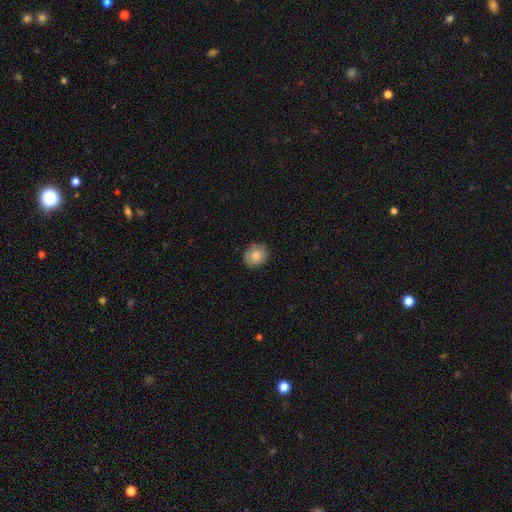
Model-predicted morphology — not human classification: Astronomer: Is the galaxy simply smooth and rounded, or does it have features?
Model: smooth — 82%.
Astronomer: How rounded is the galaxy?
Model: round — 63%.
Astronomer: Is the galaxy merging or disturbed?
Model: none — 82%.